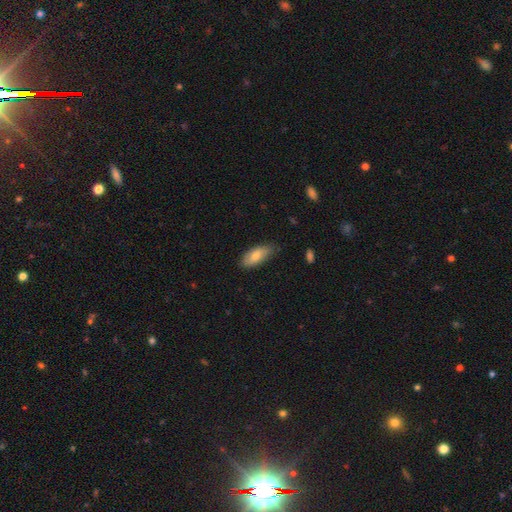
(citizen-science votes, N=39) Morphology: type=smooth (82%); roundness=in between (91%); merging=none (74%).